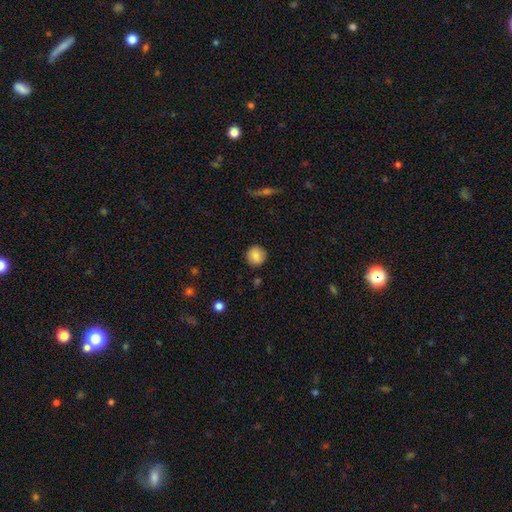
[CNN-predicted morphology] smooth_or_featured: smooth (p=0.84) [alt: star or artifact p=0.08]
how_rounded: round (p=0.92) [alt: in between p=0.07]
merging: none (p=0.90) [alt: minor disturbance p=0.07]